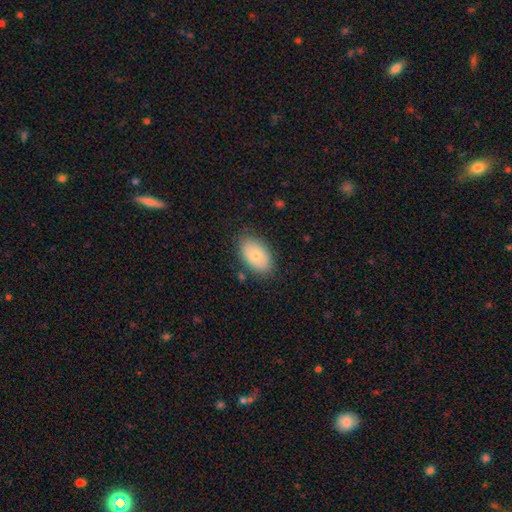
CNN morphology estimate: smooth_or_featured: smooth (p=0.74) [alt: featured or disk p=0.19]
how_rounded: in between (p=0.92) [alt: round p=0.06]
merging: none (p=0.81) [alt: minor disturbance p=0.14]